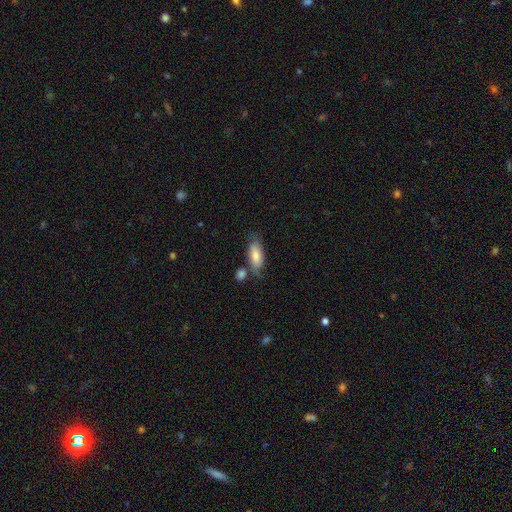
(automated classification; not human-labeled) A smooth galaxy with no disk features (76%) that is in between round and cigar-shaped (78%). Merging: none (59%).